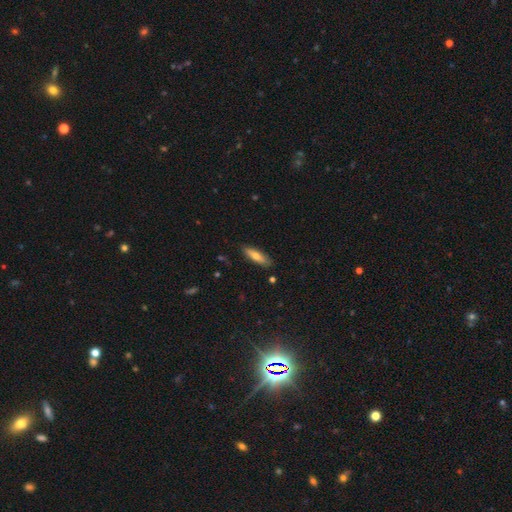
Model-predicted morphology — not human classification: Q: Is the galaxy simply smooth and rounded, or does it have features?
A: smooth — 69%.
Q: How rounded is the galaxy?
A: cigar-shaped — 58%.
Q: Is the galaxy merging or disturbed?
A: none — 82%.